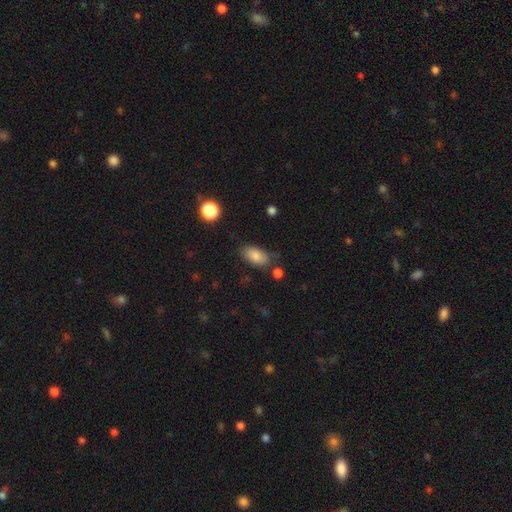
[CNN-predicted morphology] This appears to be a smooth galaxy with no disk features (83%) that is in between round and cigar-shaped (92%). Merging: none (72%).